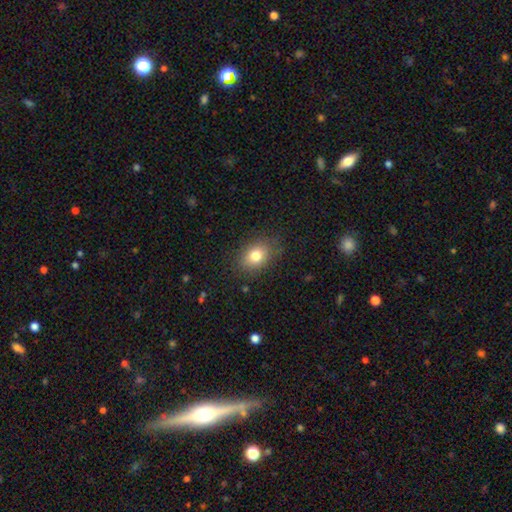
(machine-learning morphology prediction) Smooth or featured? smooth (78%)
How rounded? in between (67%)
Merging? none (82%)